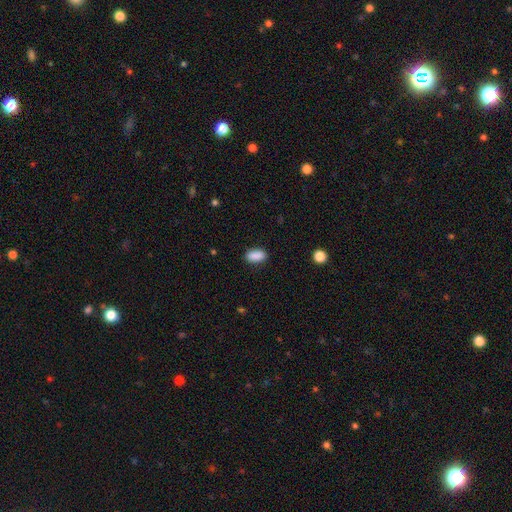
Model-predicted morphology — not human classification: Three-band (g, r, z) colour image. It shows a smooth galaxy with no disk features (89%) that is in between round and cigar-shaped (91%). Merging: none (87%).